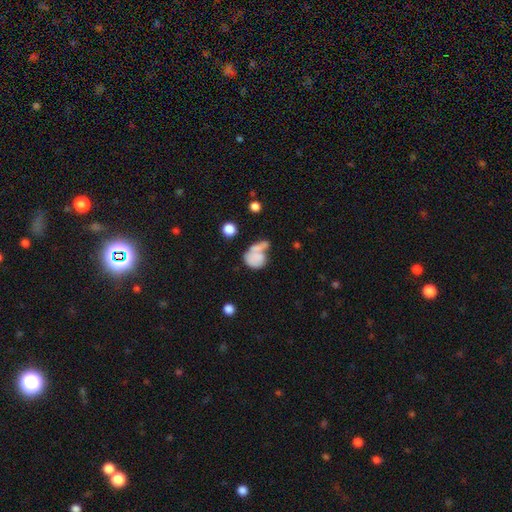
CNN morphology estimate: smooth 71%, featured or disk 20%, star or artifact 9%. Down the decision tree: how rounded — round (54%); merging — merger (38%).